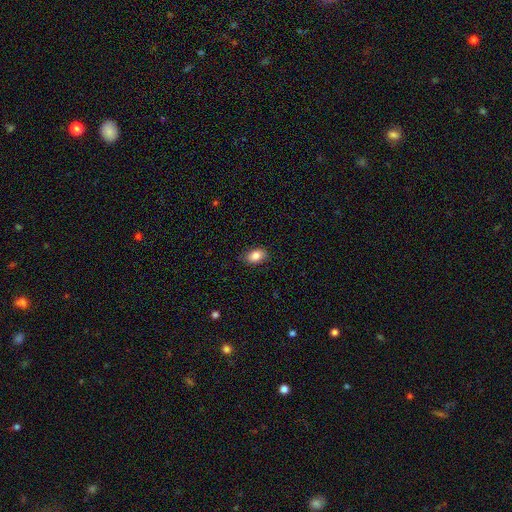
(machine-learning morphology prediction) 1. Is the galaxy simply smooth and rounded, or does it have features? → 87% smooth, 8% star or artifact, 6% featured or disk.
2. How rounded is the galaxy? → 86% in between, 13% round, 1% cigar-shaped.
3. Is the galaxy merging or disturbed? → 84% none, 12% minor disturbance, 3% major disturbance, 1% merger.